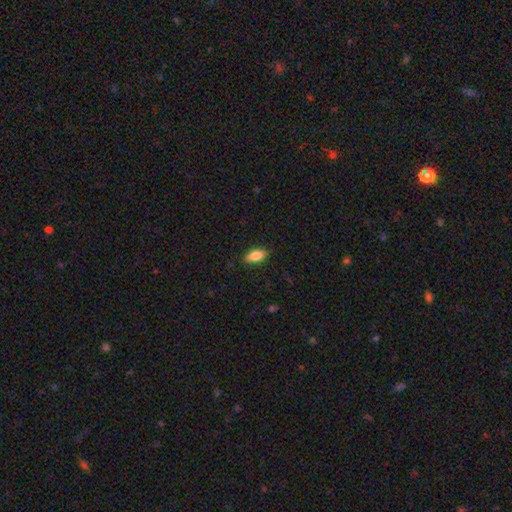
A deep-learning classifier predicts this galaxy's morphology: smooth 83%, featured or disk 10%, star or artifact 7%. Down the decision tree: how rounded — in between (86%); merging — none (85%).